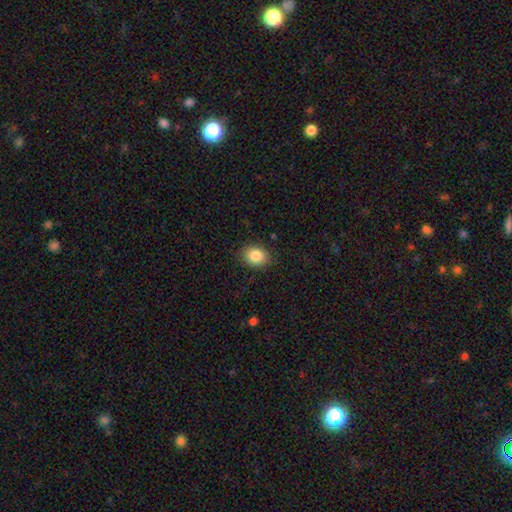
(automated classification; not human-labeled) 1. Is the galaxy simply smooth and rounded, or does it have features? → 85% smooth, 9% star or artifact, 6% featured or disk.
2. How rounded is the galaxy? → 58% in between, 41% round, 1% cigar-shaped.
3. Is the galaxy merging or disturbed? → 87% none, 10% minor disturbance, 3% major disturbance, 1% merger.